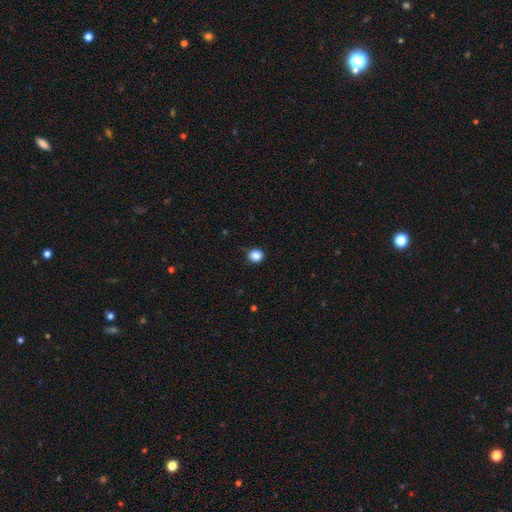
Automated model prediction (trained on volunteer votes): smooth 86%, star or artifact 11%, featured or disk 3%. Down the decision tree: how rounded — round (91%); merging — none (86%).